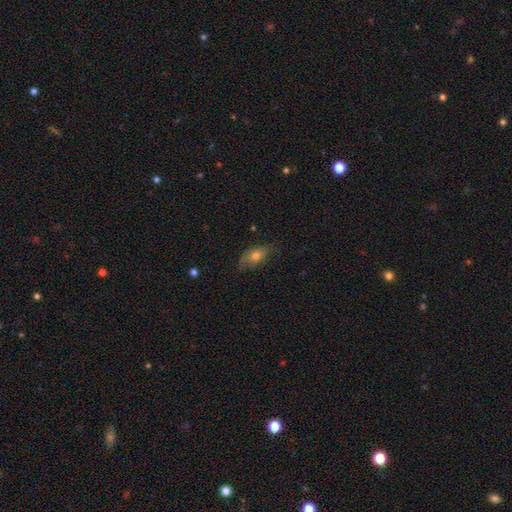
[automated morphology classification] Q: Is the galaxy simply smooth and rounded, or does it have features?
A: smooth — 65%.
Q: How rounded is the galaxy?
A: in between — 84%.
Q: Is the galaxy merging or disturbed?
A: none — 62%.